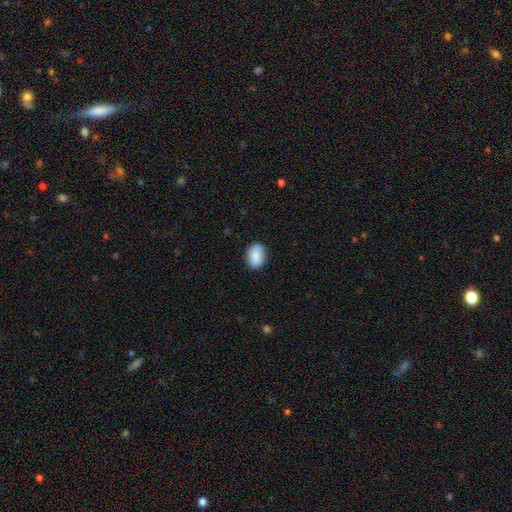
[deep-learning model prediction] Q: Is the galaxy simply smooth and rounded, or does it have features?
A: smooth — 88%.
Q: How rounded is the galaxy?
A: in between — 79%.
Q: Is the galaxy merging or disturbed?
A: none — 85%.